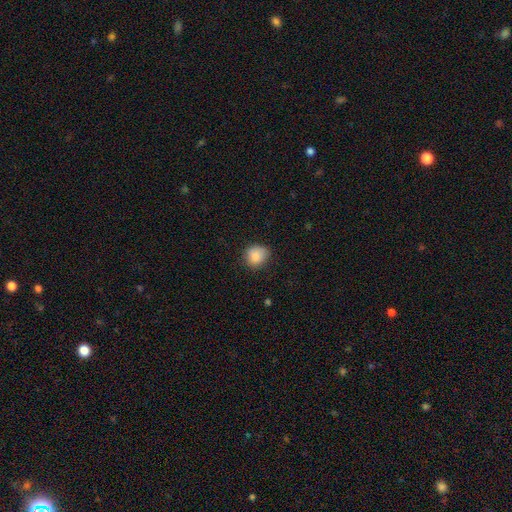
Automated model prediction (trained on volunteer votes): A smooth galaxy with no disk features (87%) that is round (78%).

Vote fractions:
- Smooth or featured? smooth: 87% / star or artifact: 9% / featured or disk: 4%
- How rounded? round: 78% / in between: 21% / cigar-shaped: 1%
- Merging? none: 77% / minor disturbance: 19% / major disturbance: 4% / merger: 1%